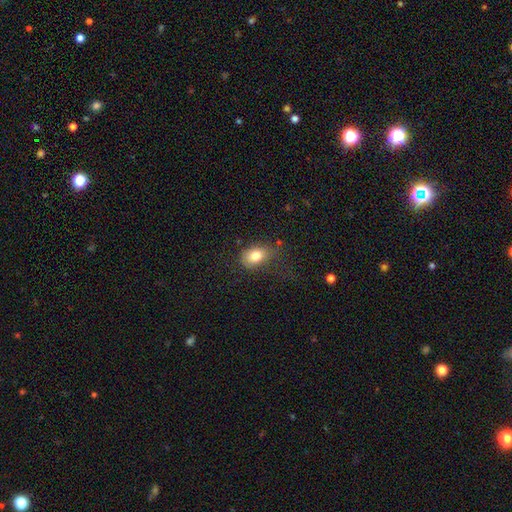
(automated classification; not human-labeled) smooth-or-featured: smooth: 79% | featured or disk: 11% | star or artifact: 9%
  how-rounded: in between: 77% | round: 22% | cigar-shaped: 1%
  merging: none: 58% | minor disturbance: 27% | major disturbance: 13% | merger: 2%